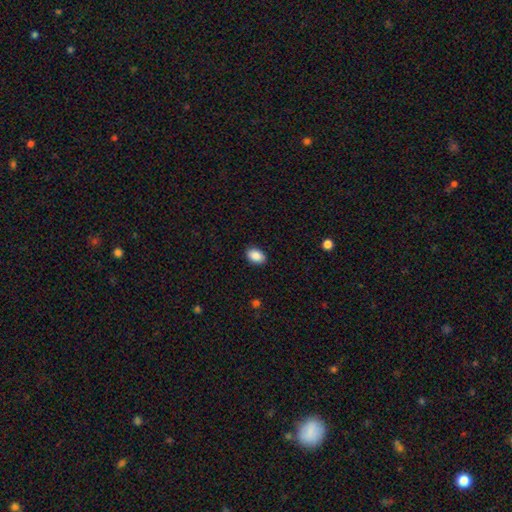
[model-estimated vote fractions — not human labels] Q: Smooth or featured?
A: smooth (89%); runner-up: star or artifact (8%)
Q: How rounded?
A: in between (86%); runner-up: round (13%)
Q: Merging?
A: none (89%); runner-up: minor disturbance (8%)